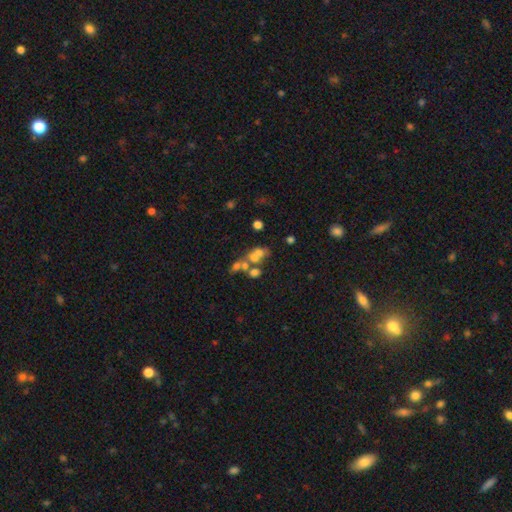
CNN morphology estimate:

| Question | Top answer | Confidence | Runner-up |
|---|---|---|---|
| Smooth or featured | smooth | 46% | featured or disk (35%) |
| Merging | merger | 54% | none (26%) |